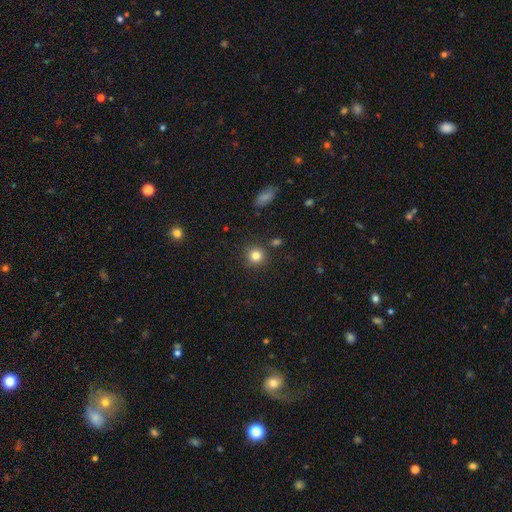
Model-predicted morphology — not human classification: The model was most divided on "smooth or featured": smooth: 83%, star or artifact: 11%, featured or disk: 6%. More confident: how rounded — round (92%); merging — none (86%).